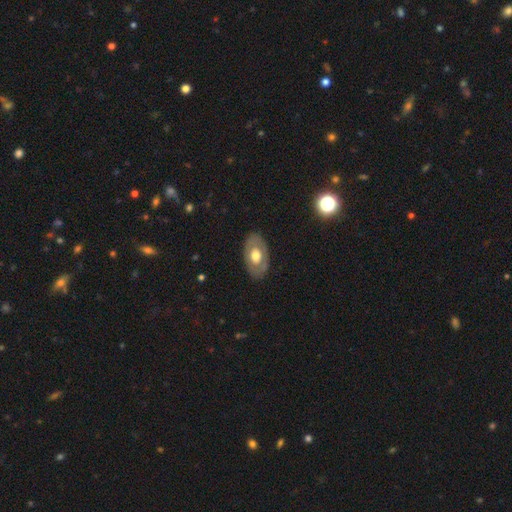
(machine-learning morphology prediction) Smooth or featured: smooth — 49% (featured or disk — 46%)
Merging: none — 83% (minor disturbance — 12%)